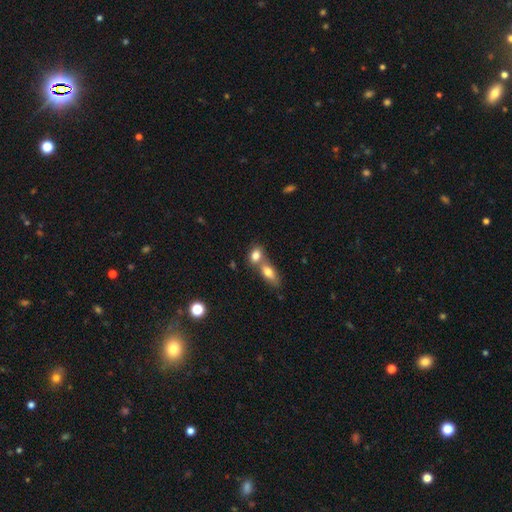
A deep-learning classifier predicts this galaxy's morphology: This is likely a smooth galaxy (79%). How rounded: likely in between (76%). Merging: possibly merger (59%).